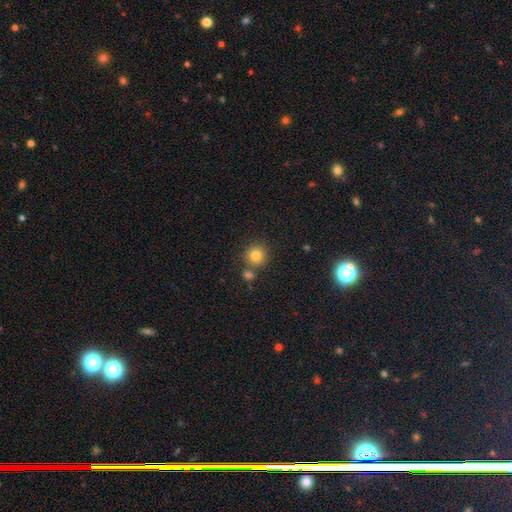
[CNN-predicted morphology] smooth 81%, star or artifact 12%, featured or disk 7%. Down the decision tree: how rounded — round (92%); merging — none (72%).